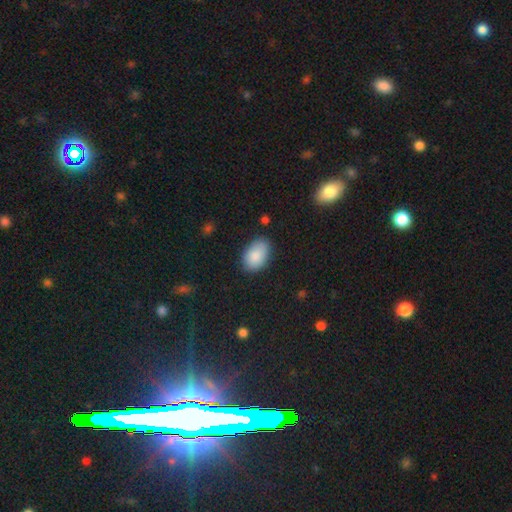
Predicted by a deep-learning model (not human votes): Morphology: type=smooth (87%); roundness=in between (91%); merging=none (78%).